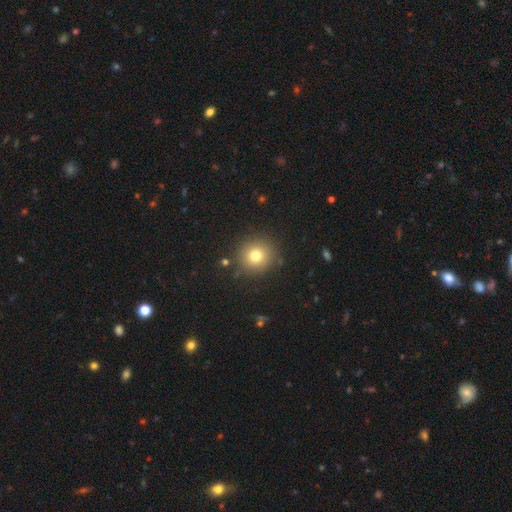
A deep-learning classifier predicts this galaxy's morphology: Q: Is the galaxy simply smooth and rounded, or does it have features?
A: smooth — 77%.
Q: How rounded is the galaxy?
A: round — 92%.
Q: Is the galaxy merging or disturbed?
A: none — 88%.